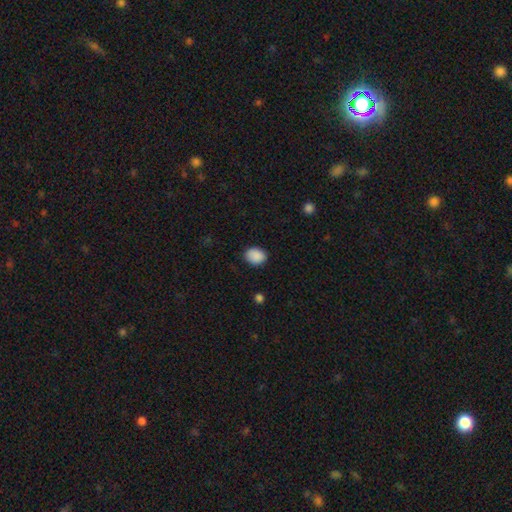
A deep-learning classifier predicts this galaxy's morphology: This is clearly a smooth galaxy (89%). How rounded: possibly in between (51%). Merging: clearly none (85%).